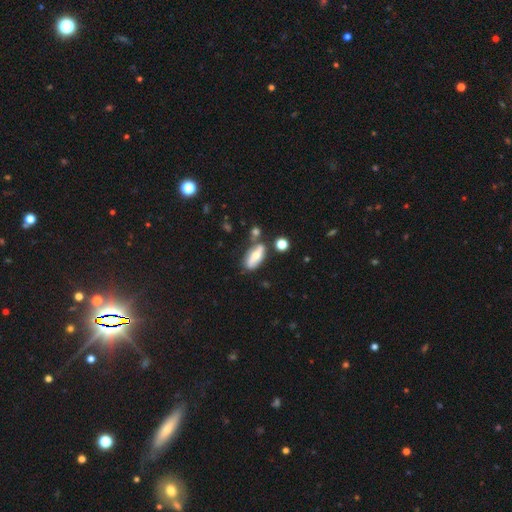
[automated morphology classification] The model was most divided on "smooth or featured": smooth: 52%, featured or disk: 40%, star or artifact: 8%. More confident: how rounded — in between (78%); merging — none (60%).